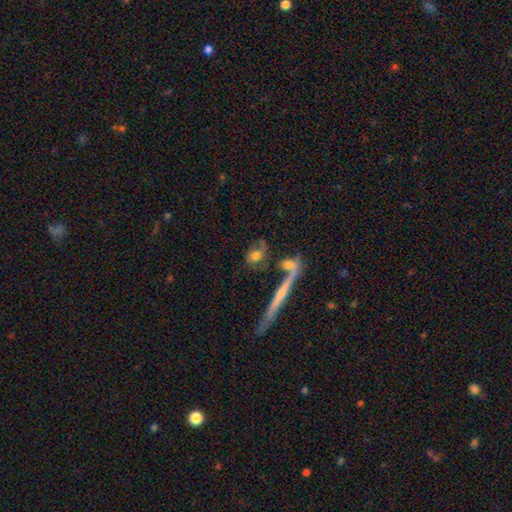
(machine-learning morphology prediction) type=smooth (60%); roundness=in between (46%); merging=none (47%).